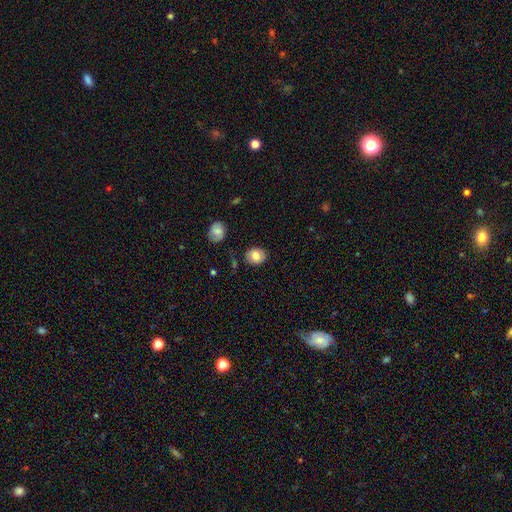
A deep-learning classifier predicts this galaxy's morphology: This is clearly a smooth galaxy (82%). How rounded: possibly round (55%). Merging: clearly none (83%).